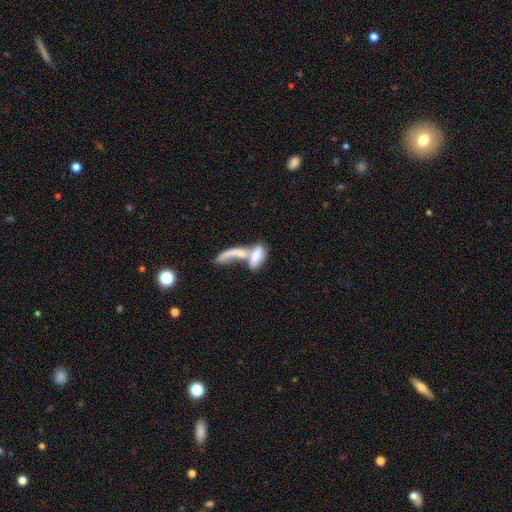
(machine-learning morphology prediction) This is likely a smooth galaxy (63%). How rounded: likely in between (67%). Merging: likely merger (70%).